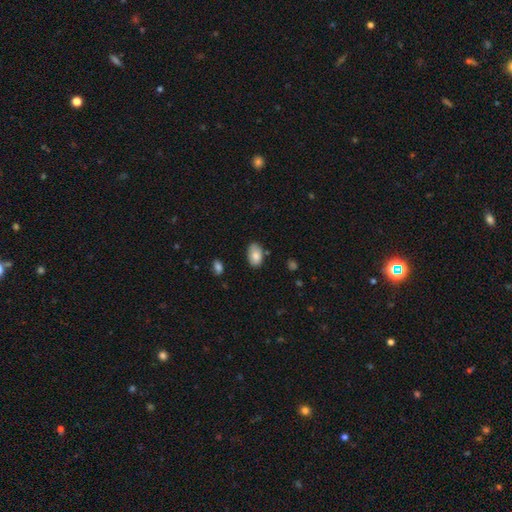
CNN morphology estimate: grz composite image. It shows a smooth galaxy with no disk features (83%) that is in between round and cigar-shaped (92%). Merging: none (75%).